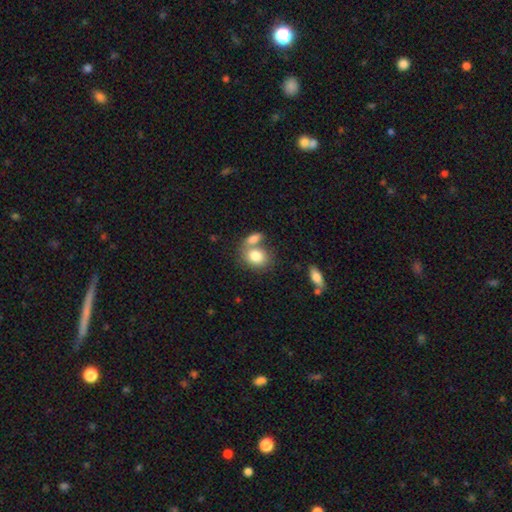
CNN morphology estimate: Smooth or featured?
  - smooth: 81% *
  - featured or disk: 12%
  - star or artifact: 8%
How rounded?
  - in between: 58% *
  - round: 41%
  - cigar-shaped: 1%
Merging?
  - merger: 47% *
  - none: 39%
  - minor disturbance: 10%
  - major disturbance: 4%